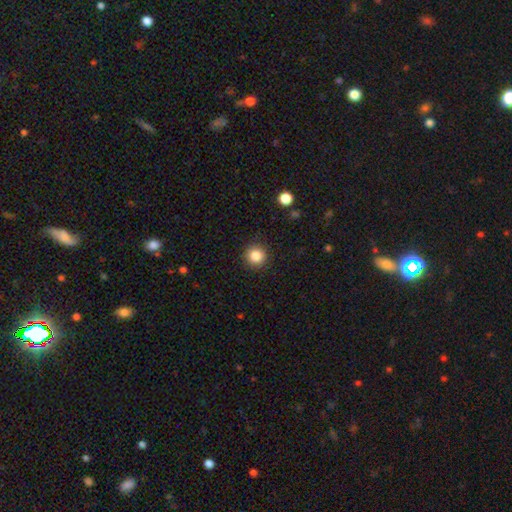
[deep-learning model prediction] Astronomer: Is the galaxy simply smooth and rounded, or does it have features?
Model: smooth — 85%.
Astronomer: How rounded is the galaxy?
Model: round — 94%.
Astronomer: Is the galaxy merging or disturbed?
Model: none — 92%.